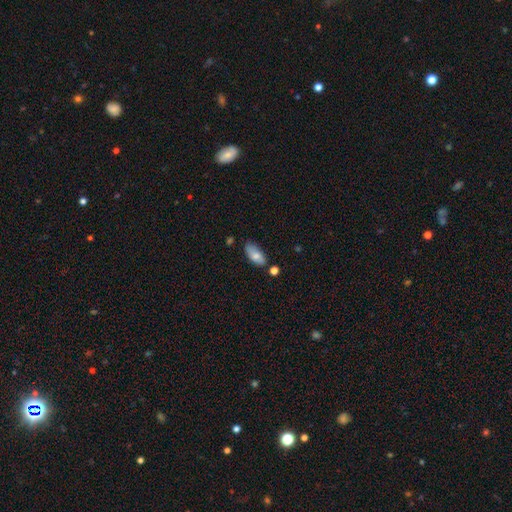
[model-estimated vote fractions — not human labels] smooth_or_featured: smooth (p=0.79) [alt: featured or disk p=0.14]
how_rounded: in between (p=0.88) [alt: cigar-shaped p=0.09]
merging: none (p=0.70) [alt: minor disturbance p=0.21]